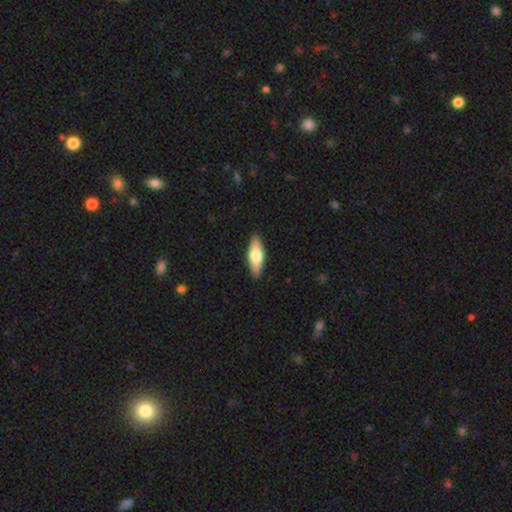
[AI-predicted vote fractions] This is possibly a smooth galaxy (55%). How rounded: possibly in between (57%). Merging: clearly none (90%).